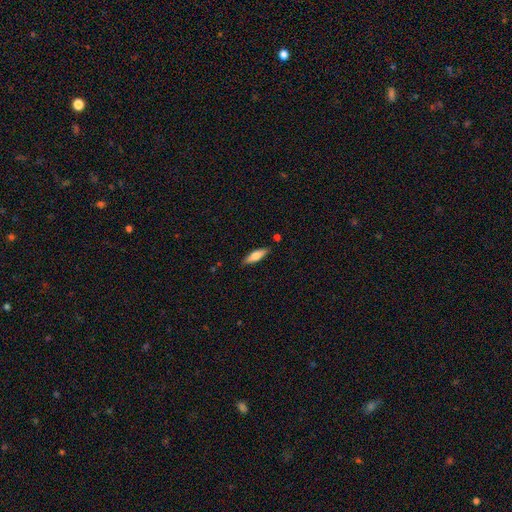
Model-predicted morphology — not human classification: type=smooth (69%); roundness=cigar-shaped (53%); merging=none (86%).